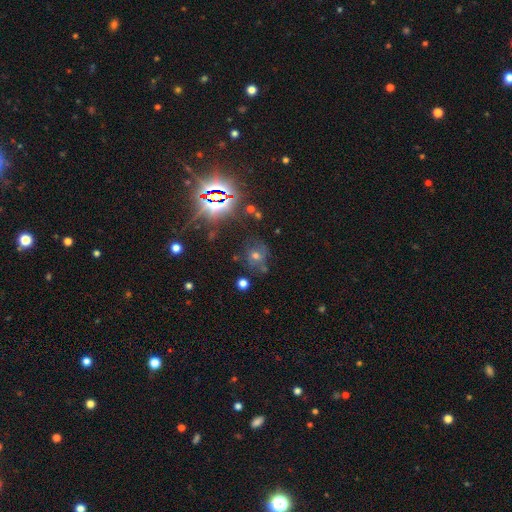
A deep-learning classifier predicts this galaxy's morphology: Smooth or featured? star or artifact (58%)